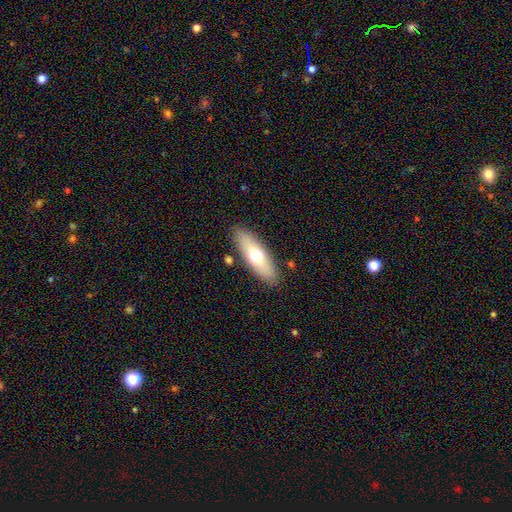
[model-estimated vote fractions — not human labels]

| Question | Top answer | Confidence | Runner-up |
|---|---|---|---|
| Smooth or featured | smooth | 62% | featured or disk (31%) |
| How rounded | in between | 56% | cigar-shaped (42%) |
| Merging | none | 86% | minor disturbance (9%) |